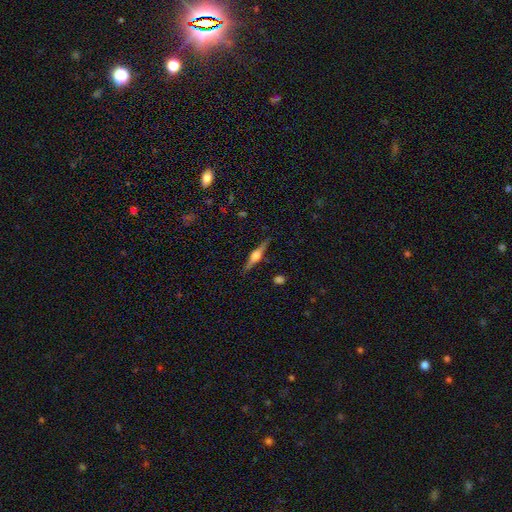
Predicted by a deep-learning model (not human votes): smooth_or_featured: featured or disk (p=0.75) [alt: smooth p=0.19]
disk_edge_on: yes (p=0.98) [alt: no p=0.02]
edge_on_bulge: rounded (p=0.90) [alt: boxy p=0.08]
merging: none (p=0.88) [alt: minor disturbance p=0.08]